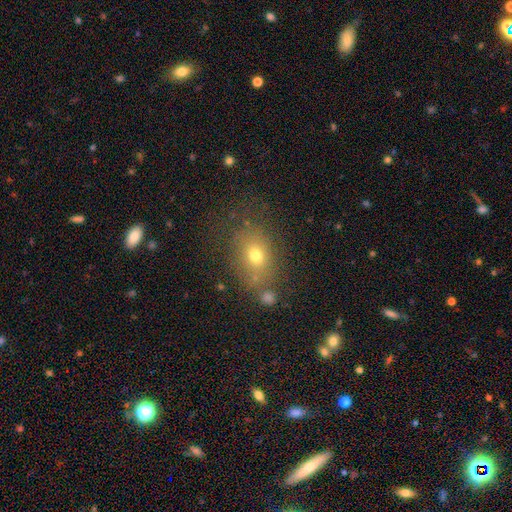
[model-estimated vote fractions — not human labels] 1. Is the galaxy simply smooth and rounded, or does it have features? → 71% smooth, 15% star or artifact, 14% featured or disk.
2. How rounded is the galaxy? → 63% in between, 35% round, 2% cigar-shaped.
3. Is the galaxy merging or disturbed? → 66% none, 17% minor disturbance, 8% major disturbance, 8% merger.